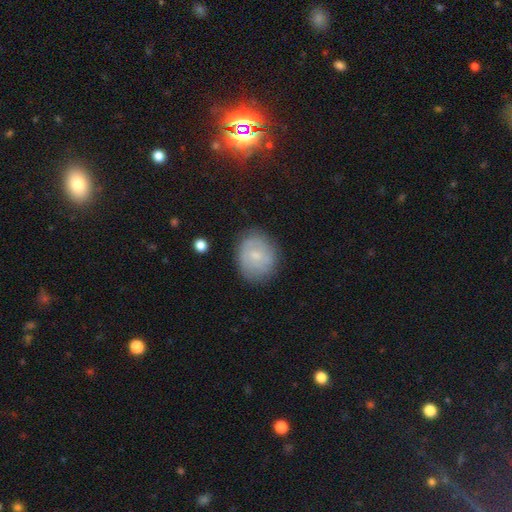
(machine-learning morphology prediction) smooth 54%, featured or disk 38%, star or artifact 8%. Down the decision tree: how rounded — round (63%); merging — none (78%).